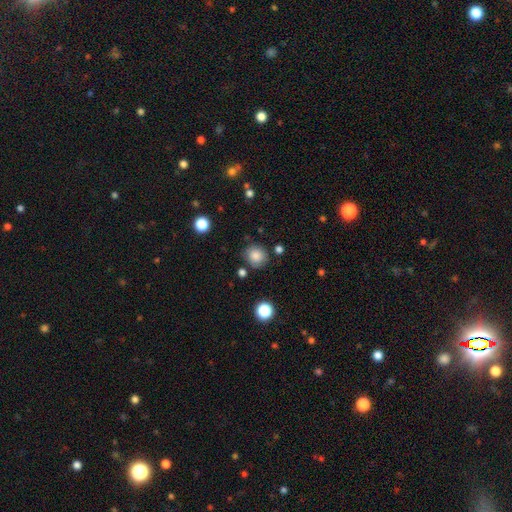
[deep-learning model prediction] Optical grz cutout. It shows a smooth galaxy with no disk features (84%) that is round (87%). Merging: none (80%).